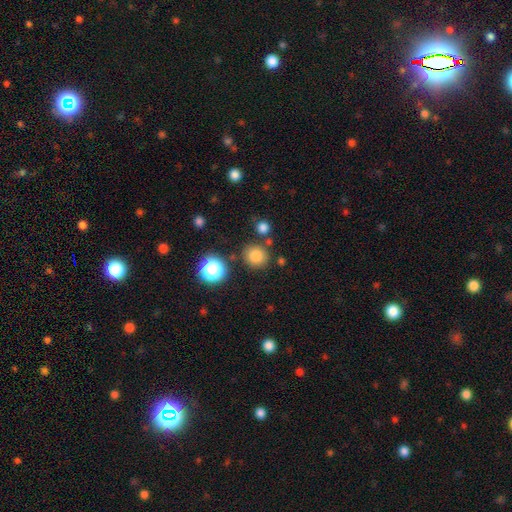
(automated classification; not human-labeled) A smooth galaxy with no disk features (79%) that is round (89%). Merging: none (81%).